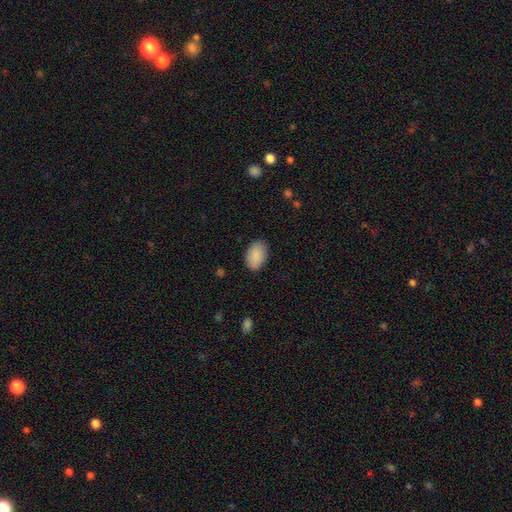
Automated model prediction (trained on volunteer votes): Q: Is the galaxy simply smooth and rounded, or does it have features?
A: smooth — 89%.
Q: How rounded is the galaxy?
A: in between — 91%.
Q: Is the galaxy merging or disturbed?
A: none — 85%.